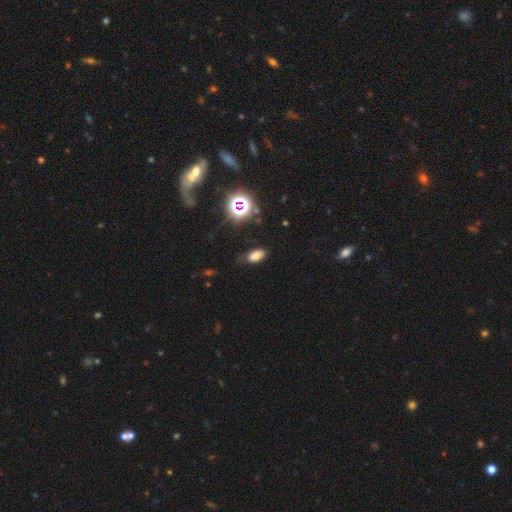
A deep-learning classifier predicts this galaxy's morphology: Smooth or featured?
  - smooth: 70% *
  - star or artifact: 21%
  - featured or disk: 9%
How rounded?
  - in between: 89% *
  - round: 6%
  - cigar-shaped: 5%
Merging?
  - none: 70% *
  - minor disturbance: 21%
  - major disturbance: 7%
  - merger: 2%